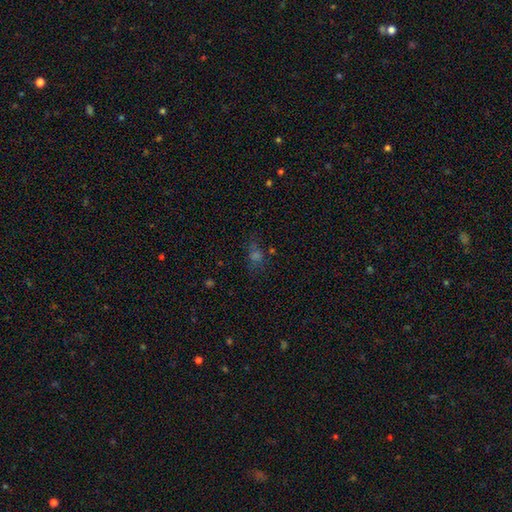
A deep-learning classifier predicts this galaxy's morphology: A star or artifact, not a galaxy (43%).